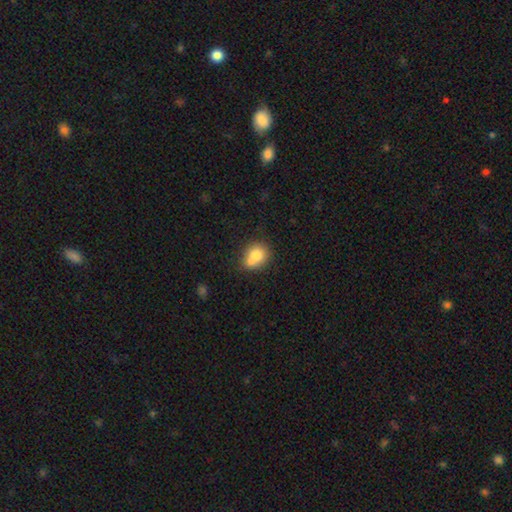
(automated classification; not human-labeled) smooth 74%, featured or disk 16%, star or artifact 10%. Down the decision tree: how rounded — round (66%); merging — none (42%).